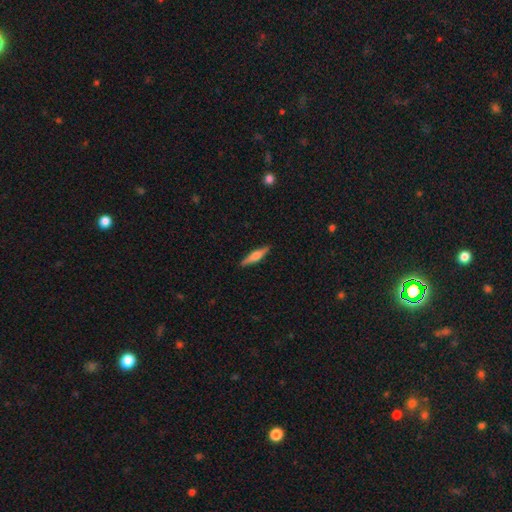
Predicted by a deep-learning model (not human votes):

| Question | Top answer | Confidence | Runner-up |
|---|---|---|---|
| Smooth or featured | featured or disk | 54% | smooth (40%) |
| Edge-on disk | yes | 97% | no (3%) |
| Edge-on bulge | rounded | 85% | boxy (10%) |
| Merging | none | 90% | minor disturbance (7%) |